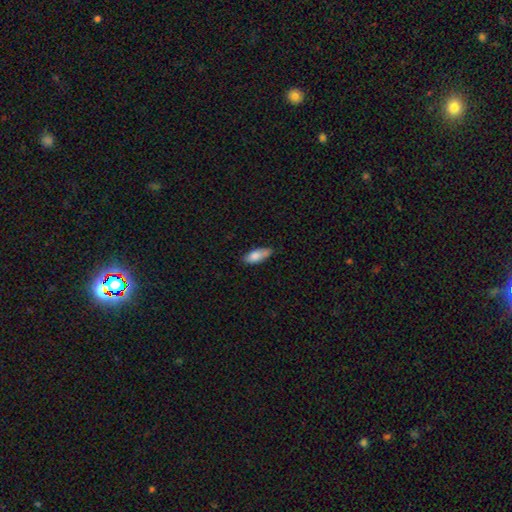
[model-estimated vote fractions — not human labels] Q: Smooth or featured?
A: smooth (80%); runner-up: featured or disk (13%)
Q: How rounded?
A: in between (76%); runner-up: cigar-shaped (22%)
Q: Merging?
A: none (72%); runner-up: minor disturbance (23%)